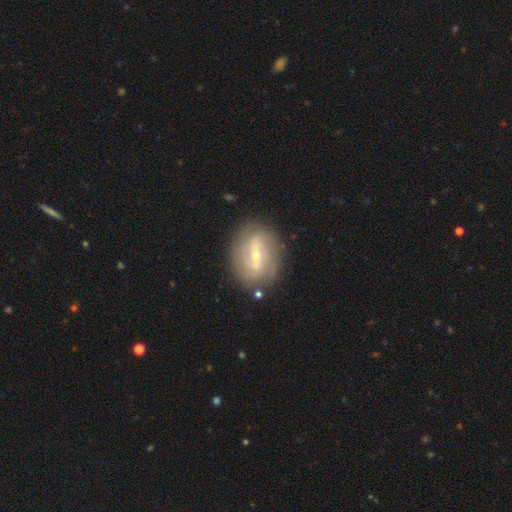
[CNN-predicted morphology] type=featured or disk (74%); edge-on=no (93%); bar=strong (42%); spiral arms=yes (71%); bulge=small (65%); merging=none (80%).